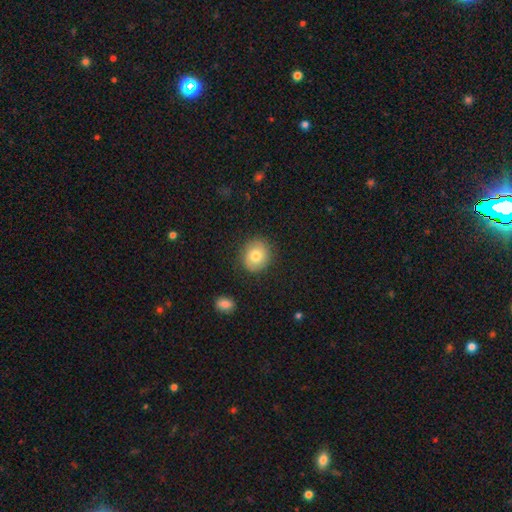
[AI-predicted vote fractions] A smooth galaxy with no disk features (78%) that is round (76%).

Vote fractions:
- Smooth or featured? smooth: 78% / featured or disk: 13% / star or artifact: 9%
- How rounded? round: 76% / in between: 23% / cigar-shaped: 1%
- Merging? none: 86% / minor disturbance: 10% / major disturbance: 3% / merger: 2%